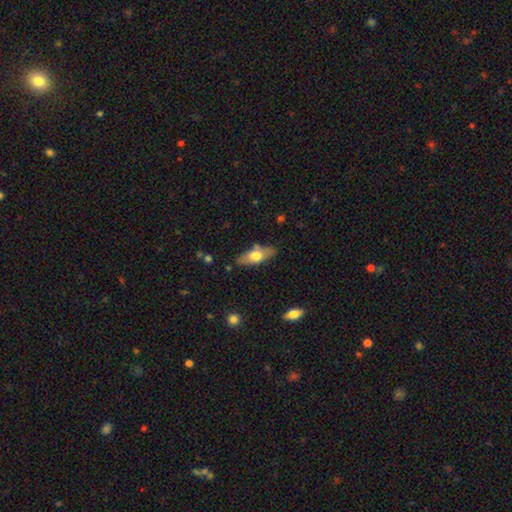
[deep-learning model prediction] Smooth or featured? smooth (60%)
How rounded? in between (73%)
Merging? none (78%)